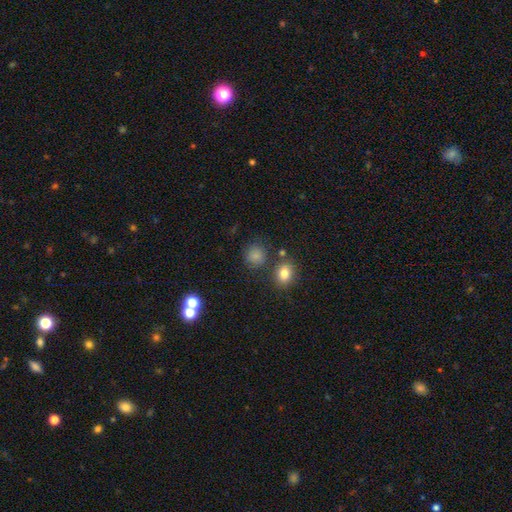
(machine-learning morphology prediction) A smooth galaxy with no disk features (82%) that is round (83%). Merging: none (78%).